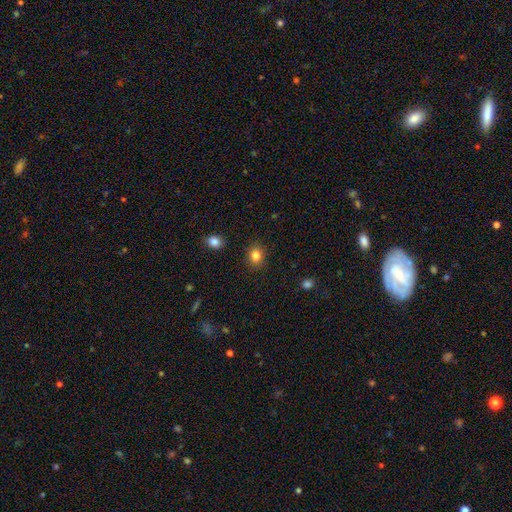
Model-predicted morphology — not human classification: Smooth or featured: smooth — 84% (star or artifact — 11%)
How rounded: round — 62% (in between — 37%)
Merging: none — 88% (minor disturbance — 8%)